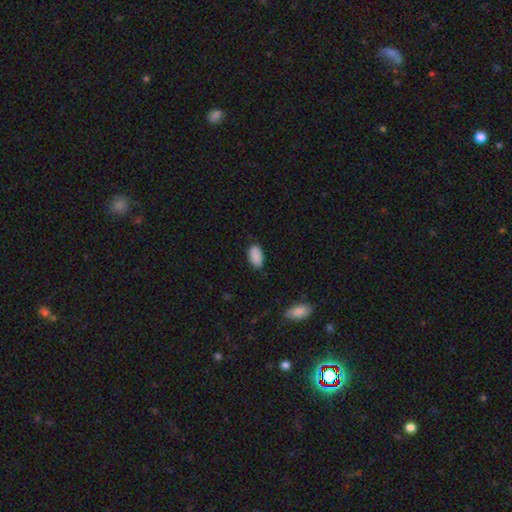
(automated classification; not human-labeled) A smooth galaxy with no disk features (89%) that is in between round and cigar-shaped (94%).

Vote fractions:
- Smooth or featured? smooth: 89% / star or artifact: 8% / featured or disk: 3%
- How rounded? in between: 94% / round: 4% / cigar-shaped: 2%
- Merging? none: 81% / minor disturbance: 15% / major disturbance: 3% / merger: 1%